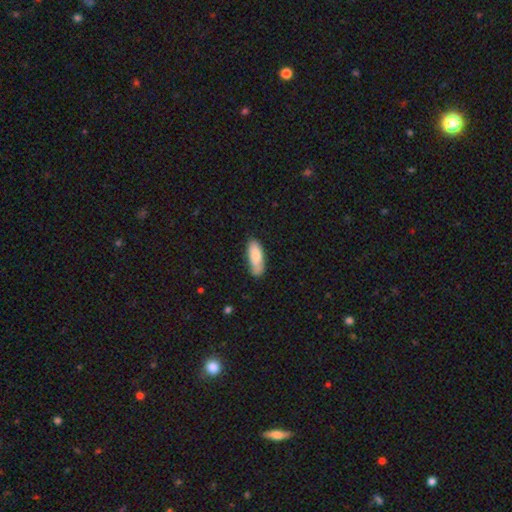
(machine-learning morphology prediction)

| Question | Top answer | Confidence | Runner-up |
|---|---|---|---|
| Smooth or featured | smooth | 80% | featured or disk (14%) |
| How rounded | in between | 72% | cigar-shaped (26%) |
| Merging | none | 65% | minor disturbance (25%) |